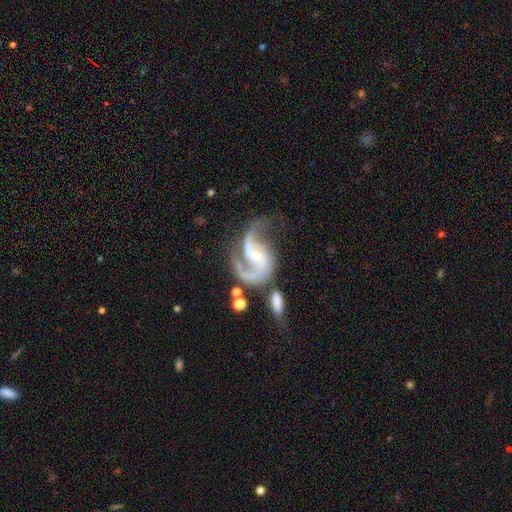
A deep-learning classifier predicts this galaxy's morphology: A featured or disk galaxy (91%) with a weak bar (46%), 2 (83%) medium (51%) spiral arms (98%) and a small central bulge (62%). Merging: none (40%).